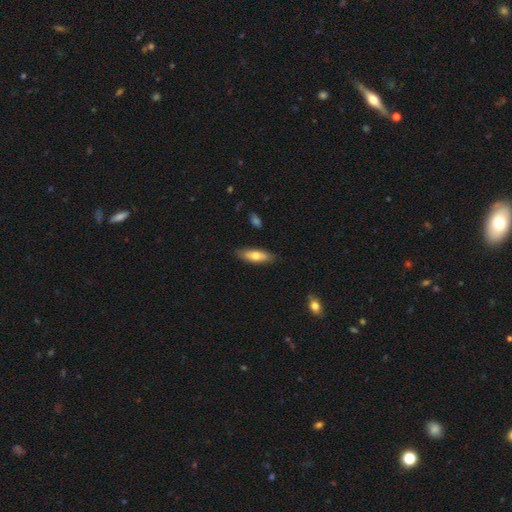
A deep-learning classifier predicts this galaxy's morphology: This appears to be a smooth galaxy with no disk features (66%) that is in between round and cigar-shaped (56%). Merging: none (85%).